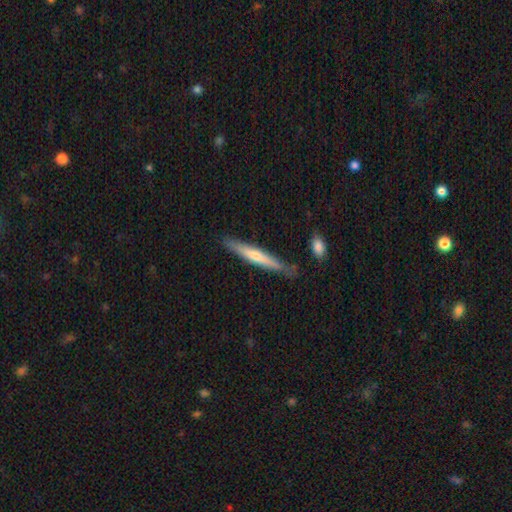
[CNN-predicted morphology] Smooth or featured? Predicted: featured or disk (p=0.54). Edge-on disk? Predicted: yes (p=0.94). Edge-on bulge? Predicted: rounded (p=0.67). Merging? Predicted: none (p=0.83).